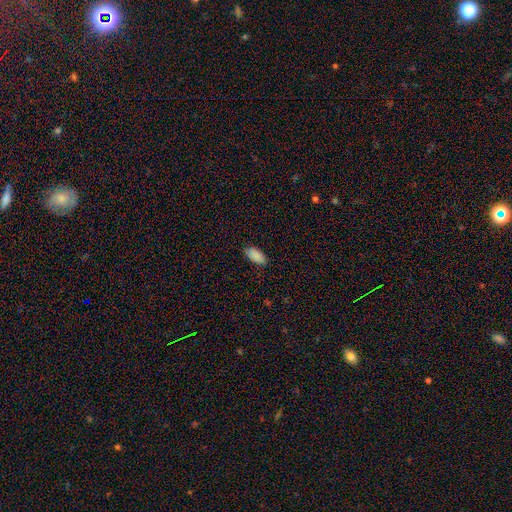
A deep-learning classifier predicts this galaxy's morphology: This is clearly a smooth galaxy (89%). How rounded: clearly in between (92%). Merging: clearly none (82%).